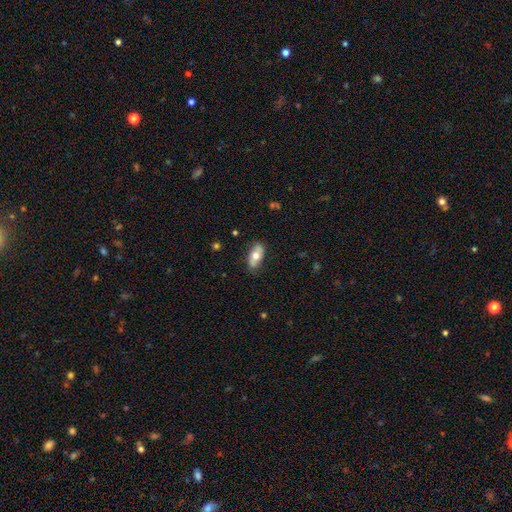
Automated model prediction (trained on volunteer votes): smooth 61%, featured or disk 33%, star or artifact 6%. Down the decision tree: how rounded — in between (88%); merging — none (82%).